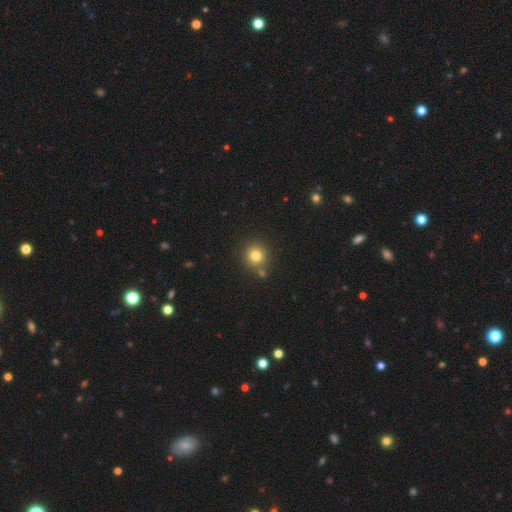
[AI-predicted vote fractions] This appears to be a smooth galaxy with no disk features (80%) that is round (92%). Merging: none (77%).